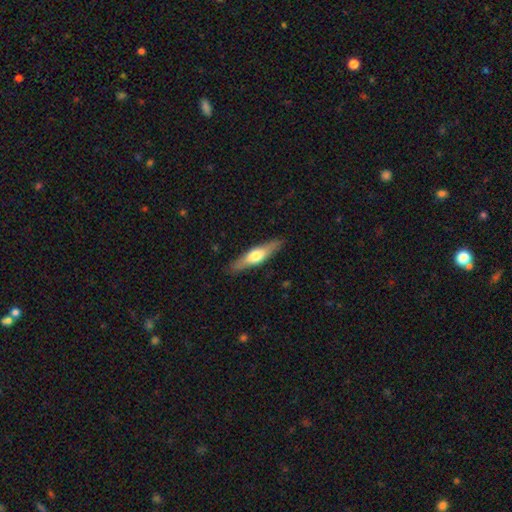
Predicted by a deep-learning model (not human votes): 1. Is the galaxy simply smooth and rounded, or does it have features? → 48% featured or disk, 47% smooth, 5% star or artifact.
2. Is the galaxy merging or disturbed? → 88% none, 9% minor disturbance, 2% major disturbance, 1% merger.